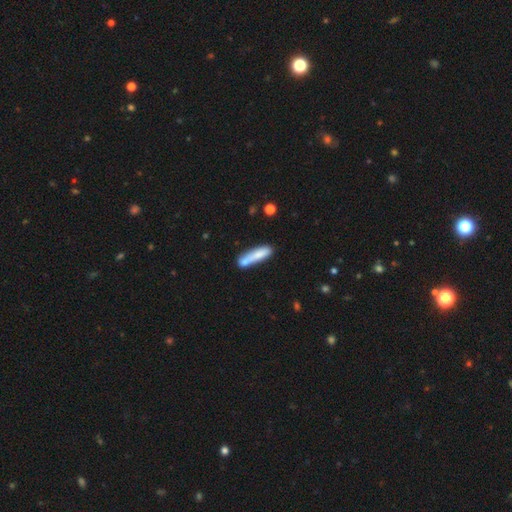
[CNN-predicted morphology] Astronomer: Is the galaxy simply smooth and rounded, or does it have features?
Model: smooth — 75%.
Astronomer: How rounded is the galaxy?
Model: cigar-shaped — 81%.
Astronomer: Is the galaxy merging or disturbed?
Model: none — 54%.